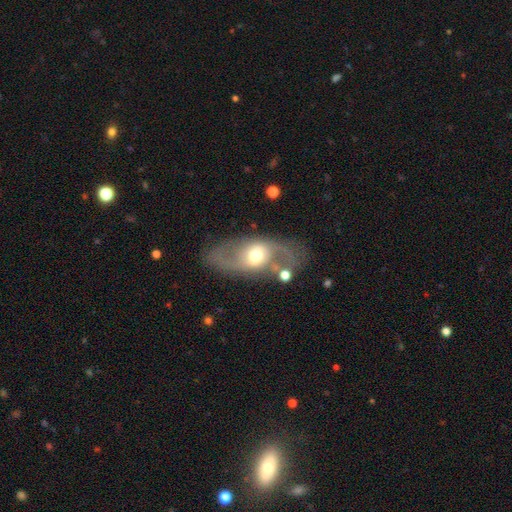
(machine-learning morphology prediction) This is likely a featured or disk galaxy (66%). It is clearly not viewed edge-on (90%). Bar: possibly no (56%). Spiral arm pattern: likely yes (64%). Central bulge: likely moderate (66%). Merging: likely none (65%).